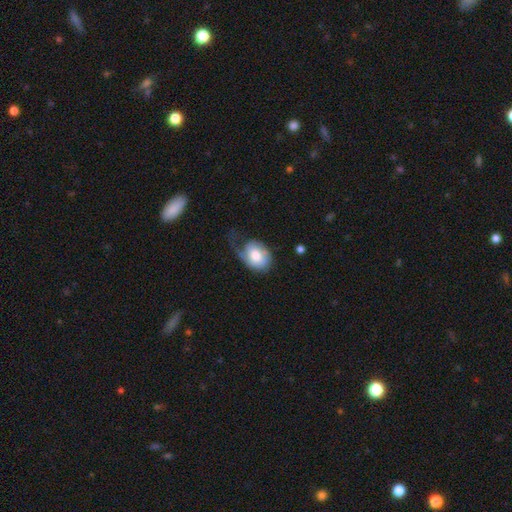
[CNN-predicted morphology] type=smooth (57%); roundness=in between (69%); merging=major disturbance (40%).